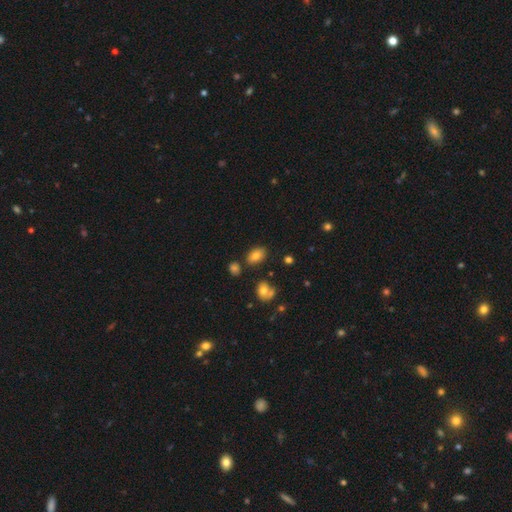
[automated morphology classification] The model was most divided on "merging": none: 78%, minor disturbance: 12%, merger: 7%, major disturbance: 3%. More confident: how rounded — in between (86%); smooth or featured — smooth (79%).